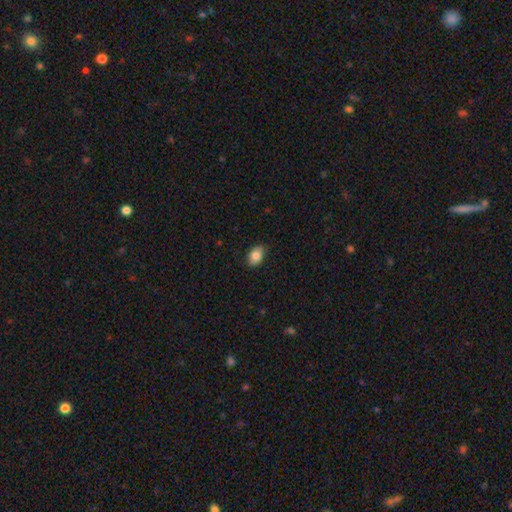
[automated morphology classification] type=smooth (83%); roundness=in between (80%); merging=none (81%).